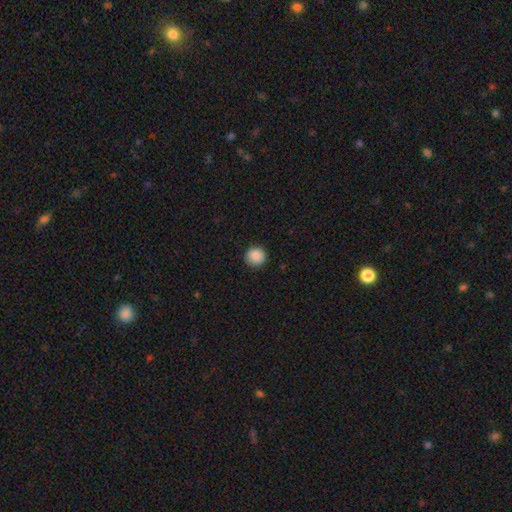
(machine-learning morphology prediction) Overall: smooth (88%). How rounded: round (93%). Merging: none (91%).